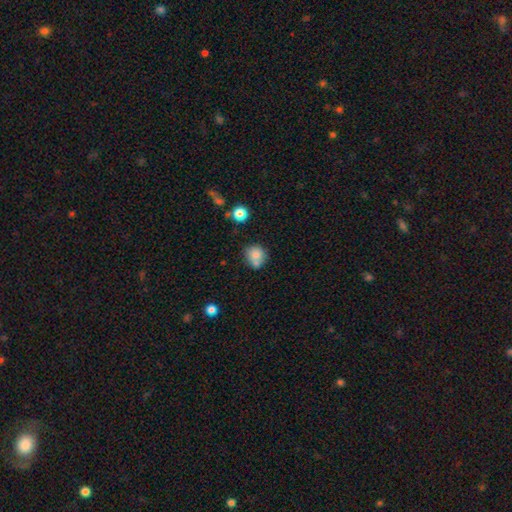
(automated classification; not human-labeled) smooth-or-featured: smooth: 78% | featured or disk: 11% | star or artifact: 10%
  how-rounded: round: 82% | in between: 17% | cigar-shaped: 1%
  merging: none: 54% | merger: 28% | minor disturbance: 14% | major disturbance: 5%